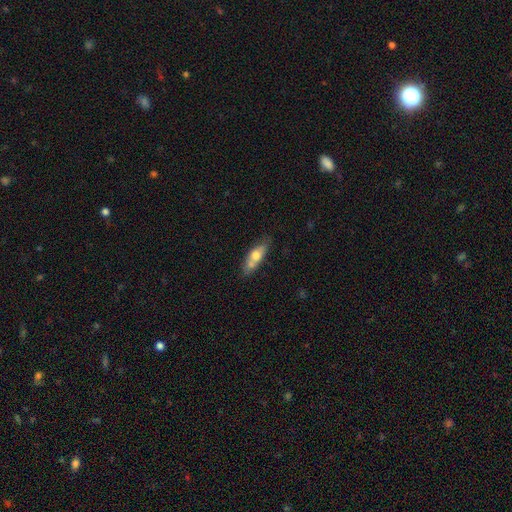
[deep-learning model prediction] A smooth galaxy with no disk features (61%) that is in between round and cigar-shaped (63%). Merging: none (53%).